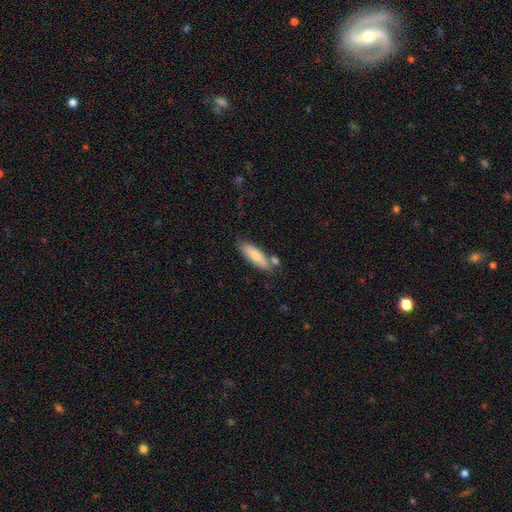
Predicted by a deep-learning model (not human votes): smooth_or_featured: smooth (p=0.76) [alt: featured or disk p=0.18]
how_rounded: in between (p=0.49) [tied with: cigar-shaped p=0.49]
merging: none (p=0.70) [alt: minor disturbance p=0.15]